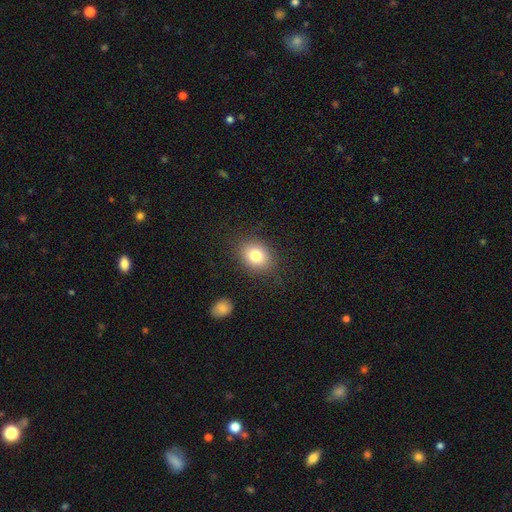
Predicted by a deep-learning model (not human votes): The model was most divided on "how rounded": in between: 54%, round: 45%, cigar-shaped: 1%. More confident: merging — none (85%); smooth or featured — smooth (80%).